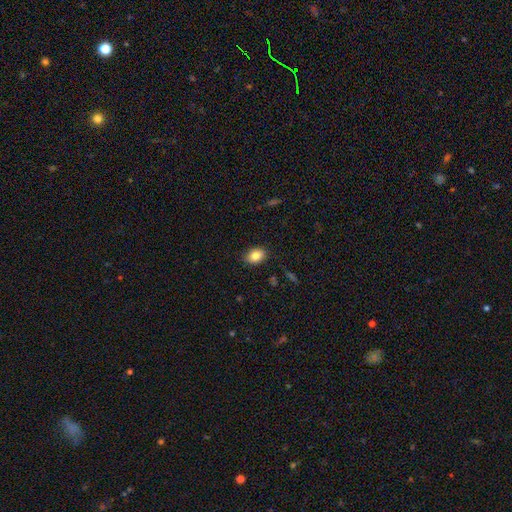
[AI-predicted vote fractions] This appears to be a smooth galaxy with no disk features (83%) that is in between round and cigar-shaped (78%). Merging: none (87%).